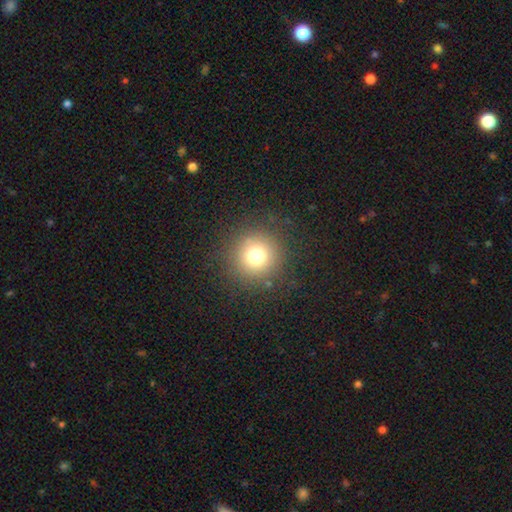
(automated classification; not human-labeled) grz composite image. It shows a smooth galaxy with no disk features (74%) that is round (95%). Merging: none (88%).